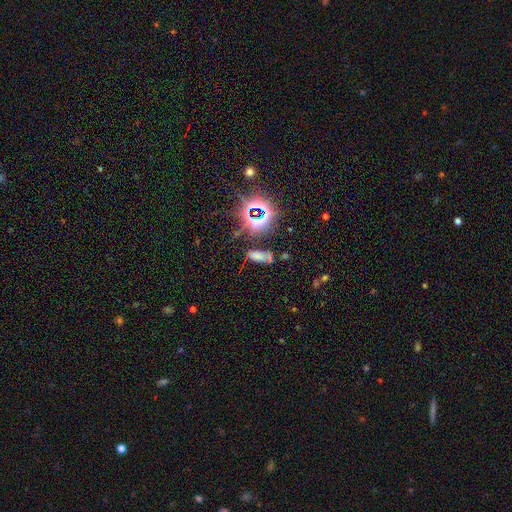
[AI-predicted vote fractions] A star or artifact, not a galaxy (49%).